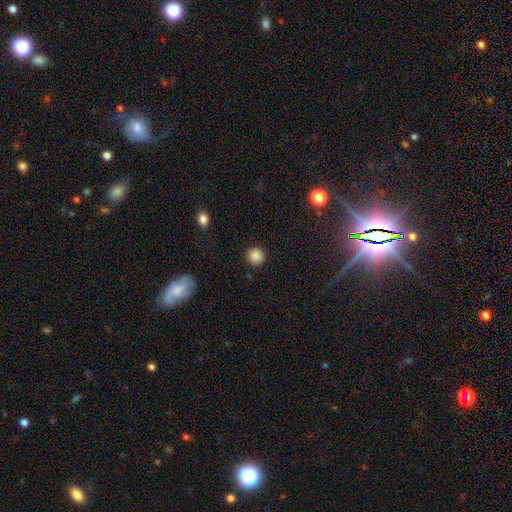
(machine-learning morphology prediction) Overall: smooth (87%). How rounded: round (94%). Merging: none (91%).